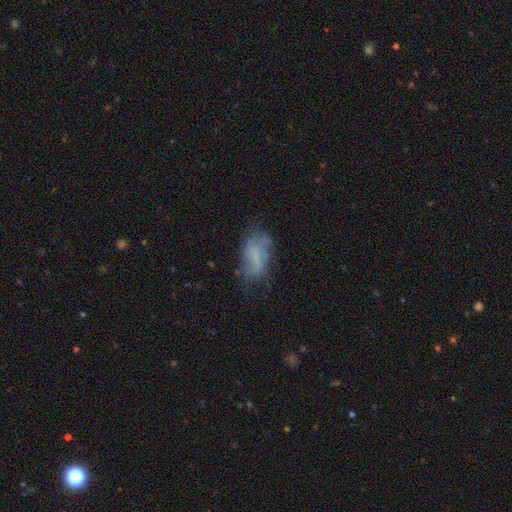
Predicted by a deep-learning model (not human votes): A featured or disk galaxy (44%, tied with smooth). Merging: none (48%).